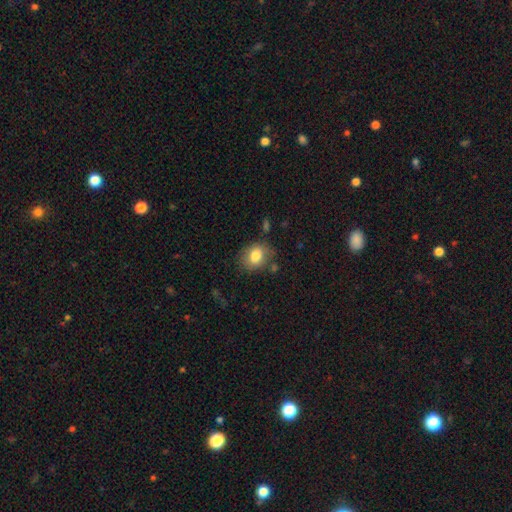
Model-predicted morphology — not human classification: This appears to be a smooth galaxy with no disk features (81%) that is in between round and cigar-shaped (54%). Merging: none (74%).